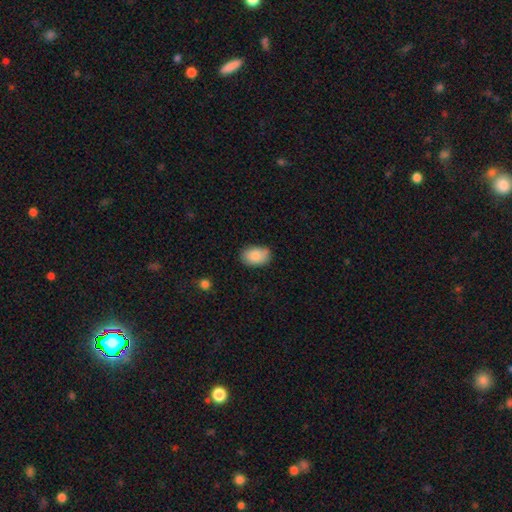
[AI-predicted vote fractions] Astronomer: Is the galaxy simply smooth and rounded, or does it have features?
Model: smooth — 86%.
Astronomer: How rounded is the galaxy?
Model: in between — 88%.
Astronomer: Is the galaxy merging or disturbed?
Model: none — 75%.